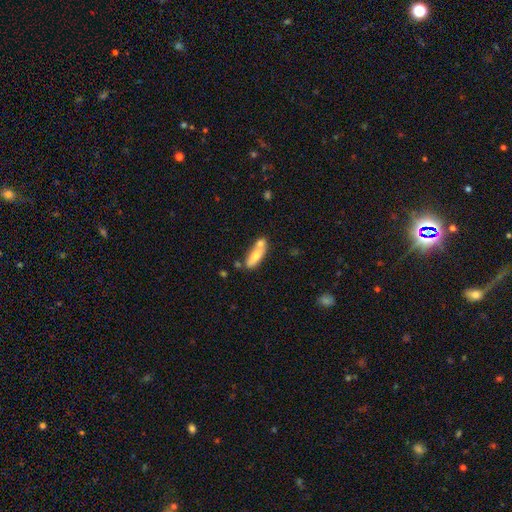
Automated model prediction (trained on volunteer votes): smooth 66%, featured or disk 28%, star or artifact 6%. Down the decision tree: how rounded — in between (53%); merging — none (49%).